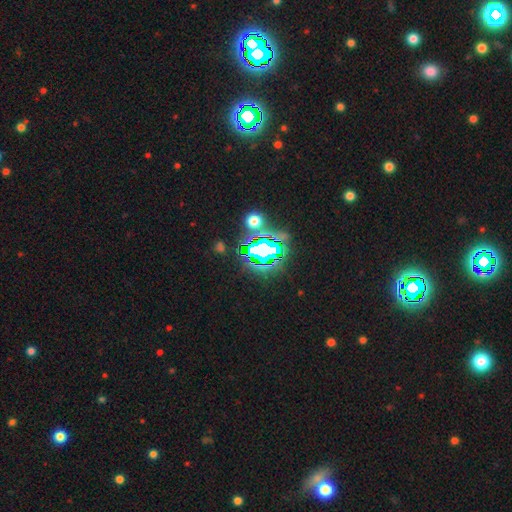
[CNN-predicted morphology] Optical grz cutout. It shows a star or artifact, not a galaxy (75%).